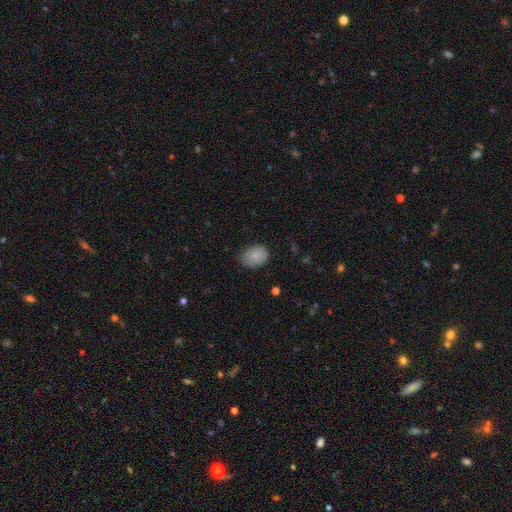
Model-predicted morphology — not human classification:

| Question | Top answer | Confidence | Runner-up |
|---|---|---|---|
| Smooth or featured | smooth | 85% | star or artifact (8%) |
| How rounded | in between | 67% | round (32%) |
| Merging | none | 71% | minor disturbance (24%) |